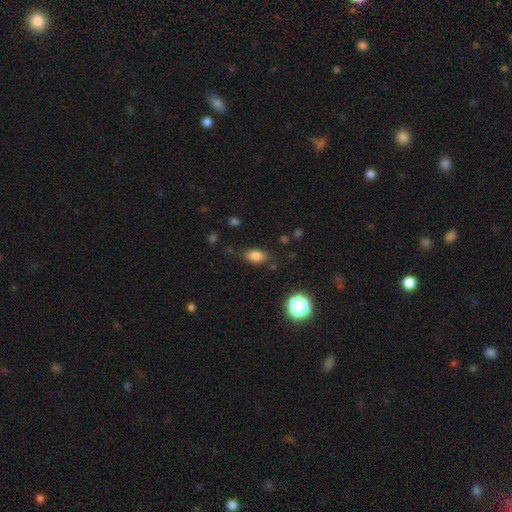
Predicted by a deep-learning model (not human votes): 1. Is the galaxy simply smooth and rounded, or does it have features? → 80% smooth, 12% star or artifact, 8% featured or disk.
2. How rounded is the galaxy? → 84% in between, 10% round, 5% cigar-shaped.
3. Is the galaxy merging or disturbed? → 77% none, 16% minor disturbance, 5% major disturbance, 3% merger.